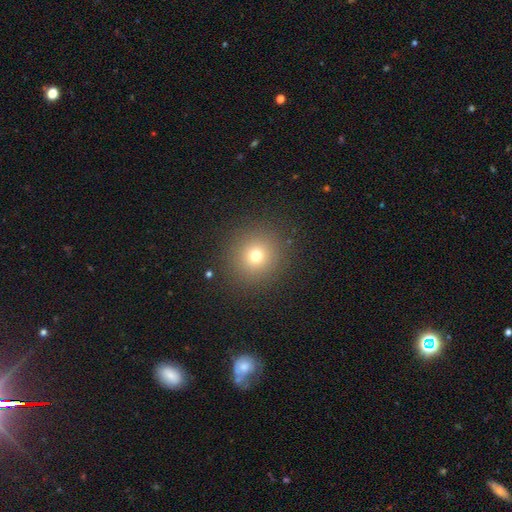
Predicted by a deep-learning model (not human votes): smooth_or_featured: smooth (p=0.71) [alt: star or artifact p=0.19]
how_rounded: round (p=0.93) [alt: in between p=0.06]
merging: none (p=0.89) [alt: minor disturbance p=0.06]